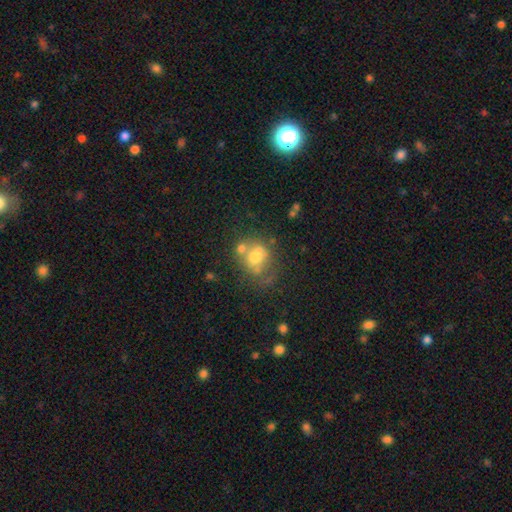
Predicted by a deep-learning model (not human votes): The model was most divided on "merging": none: 37%, merger: 33%, minor disturbance: 18%, major disturbance: 12%. More confident: how rounded — round (59%); smooth or featured — smooth (55%).